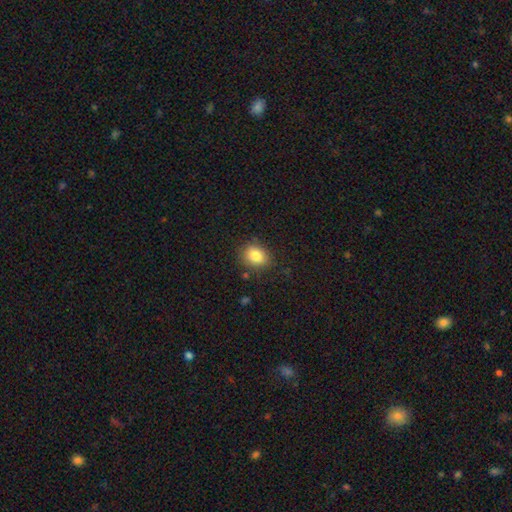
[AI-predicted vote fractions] Smooth or featured: smooth — 83% (star or artifact — 10%)
How rounded: in between — 55% (round — 44%)
Merging: none — 82% (minor disturbance — 13%)